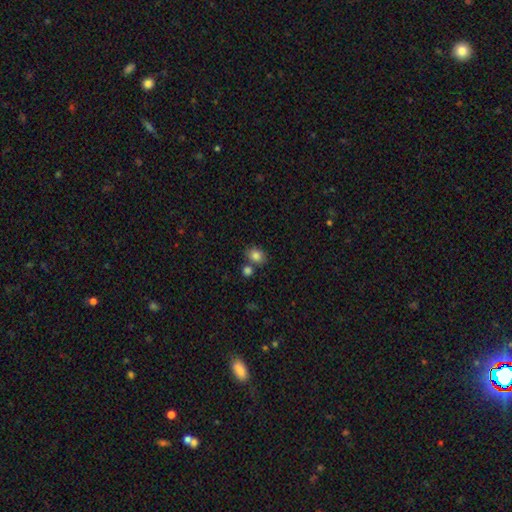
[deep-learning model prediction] Q: Smooth or featured?
A: smooth (84%); runner-up: star or artifact (10%)
Q: How rounded?
A: round (53%); runner-up: in between (46%)
Q: Merging?
A: none (66%); runner-up: merger (20%)